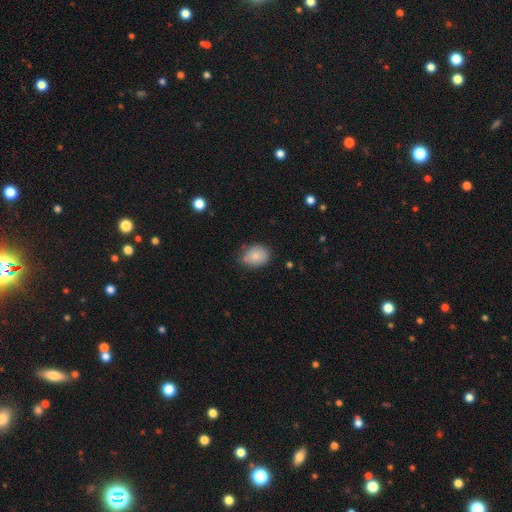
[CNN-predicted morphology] Smooth or featured? smooth (83%)
How rounded? in between (57%)
Merging? none (72%)